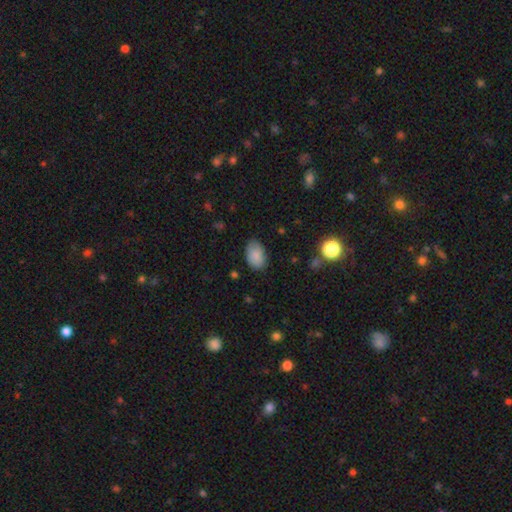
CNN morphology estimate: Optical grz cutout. It shows a smooth galaxy with no disk features (86%) that is in between round and cigar-shaped (89%). Merging: none (76%).